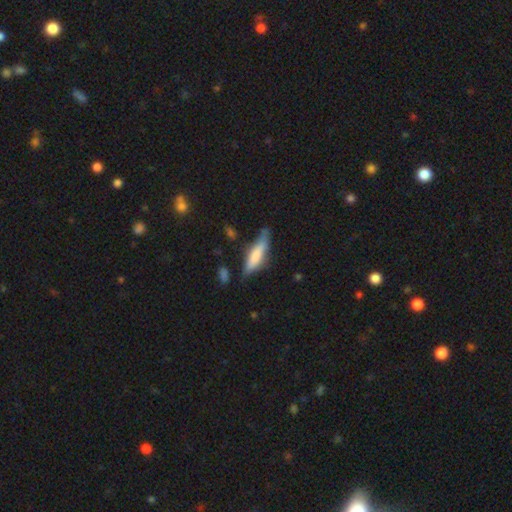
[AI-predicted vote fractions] Morphology: type=smooth (64%); roundness=cigar-shaped (66%); merging=none (60%).